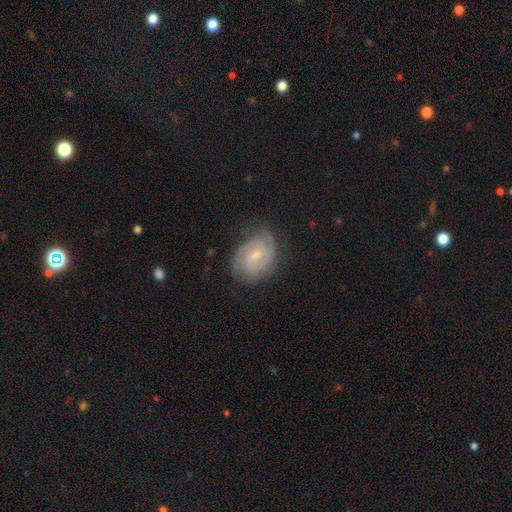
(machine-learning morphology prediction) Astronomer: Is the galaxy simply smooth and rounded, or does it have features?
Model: featured or disk — 80%.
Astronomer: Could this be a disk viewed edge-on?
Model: no — 98%.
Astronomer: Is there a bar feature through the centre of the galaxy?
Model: weak — 56% (runner-up: no, 35%).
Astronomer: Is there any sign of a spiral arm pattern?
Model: yes — 96%.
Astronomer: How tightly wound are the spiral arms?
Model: tight — 59%.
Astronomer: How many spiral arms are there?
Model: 2 — 62%.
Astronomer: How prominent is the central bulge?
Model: small — 54% (runner-up: moderate, 38%).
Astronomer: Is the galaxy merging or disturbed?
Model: none — 75%.